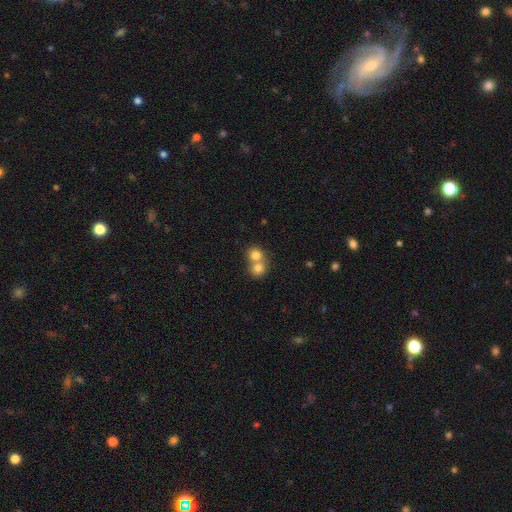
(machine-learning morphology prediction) smooth 78%, featured or disk 12%, star or artifact 10%. Down the decision tree: how rounded — round (79%); merging — merger (66%).